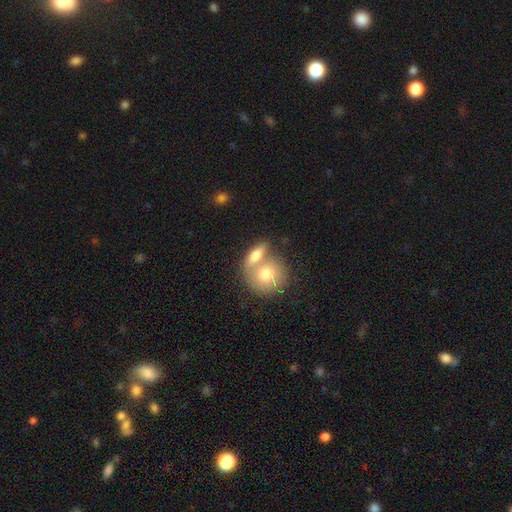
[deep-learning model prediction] Q: Smooth or featured?
A: smooth (68%); runner-up: featured or disk (26%)
Q: How rounded?
A: in between (51%); runner-up: round (36%)
Q: Merging?
A: merger (52%); runner-up: none (35%)